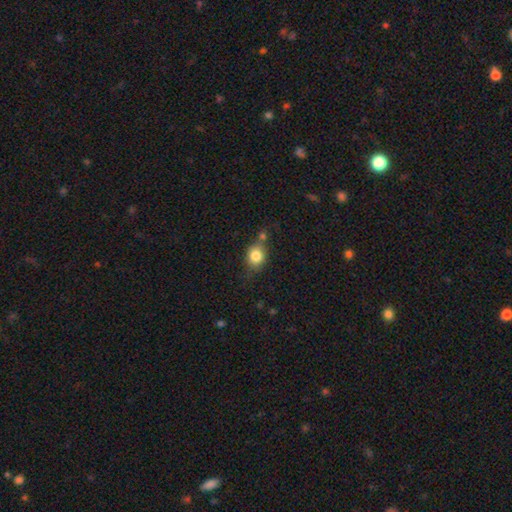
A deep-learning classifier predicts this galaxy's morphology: type=smooth (81%); roundness=round (62%); merging=none (58%).